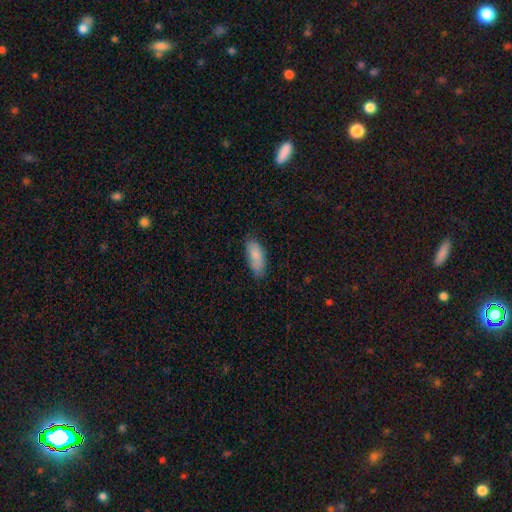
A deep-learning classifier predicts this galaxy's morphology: Smooth or featured?
  - smooth: 85% *
  - featured or disk: 9%
  - star or artifact: 6%
How rounded?
  - in between: 79% *
  - cigar-shaped: 19%
  - round: 2%
Merging?
  - none: 74% *
  - minor disturbance: 21%
  - major disturbance: 4%
  - merger: 1%